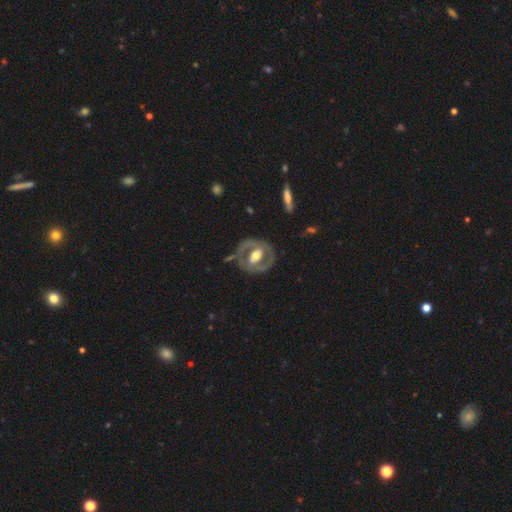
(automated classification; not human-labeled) Q: Smooth or featured?
A: featured or disk (71%); runner-up: smooth (24%)
Q: Edge-on disk?
A: no (94%); runner-up: yes (6%)
Q: Bar?
A: no (39%); runner-up: weak (33%)
Q: Spiral arms?
A: no (60%); runner-up: yes (40%)
Q: Bulge size?
A: moderate (63%); runner-up: large (25%)
Q: Merging?
A: none (68%); runner-up: minor disturbance (18%)